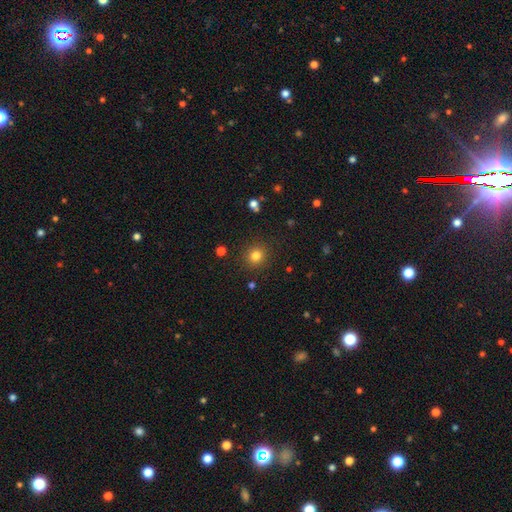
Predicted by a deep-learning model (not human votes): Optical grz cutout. It shows a smooth galaxy with no disk features (81%) that is round (91%). Merging: none (90%).